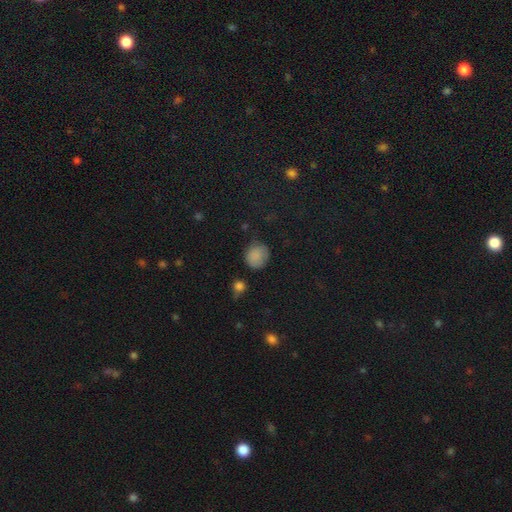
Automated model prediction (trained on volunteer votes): Morphology: type=smooth (83%); roundness=round (81%); merging=none (68%).